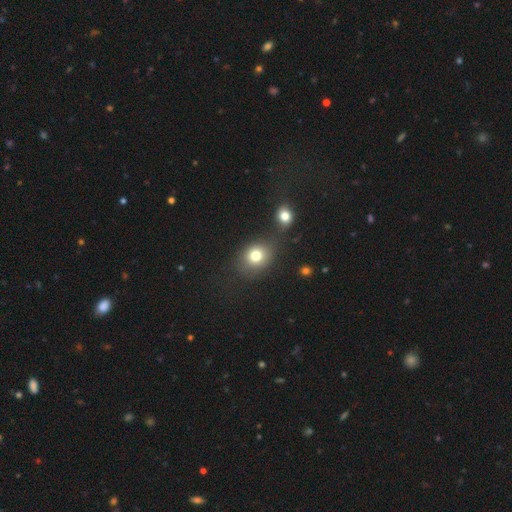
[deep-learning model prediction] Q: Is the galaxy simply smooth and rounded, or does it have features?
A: smooth — 77%.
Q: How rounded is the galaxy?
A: round — 63%.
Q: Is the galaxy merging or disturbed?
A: none — 60%.